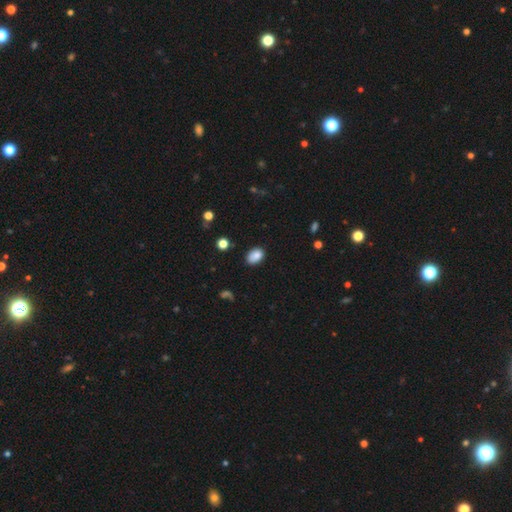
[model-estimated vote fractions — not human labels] Smooth or featured? Predicted: smooth (p=0.86). How rounded? Predicted: in between (p=0.81). Merging? Predicted: none (p=0.82).